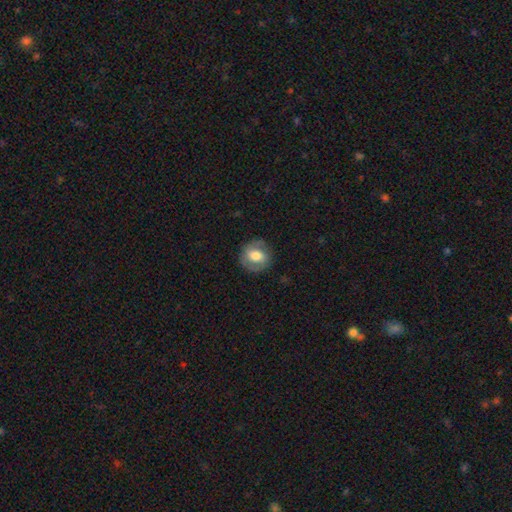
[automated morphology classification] Smooth or featured: smooth — 59% (featured or disk — 33%)
How rounded: round — 78% (in between — 21%)
Merging: none — 81% (minor disturbance — 13%)